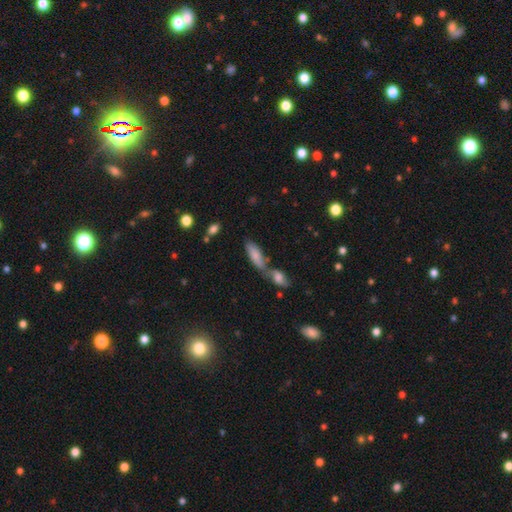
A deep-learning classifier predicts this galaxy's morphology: Smooth or featured?
  - smooth: 79% *
  - featured or disk: 14%
  - star or artifact: 7%
How rounded?
  - in between: 66% *
  - cigar-shaped: 31%
  - round: 2%
Merging?
  - merger: 44% *
  - none: 39%
  - minor disturbance: 12%
  - major disturbance: 5%